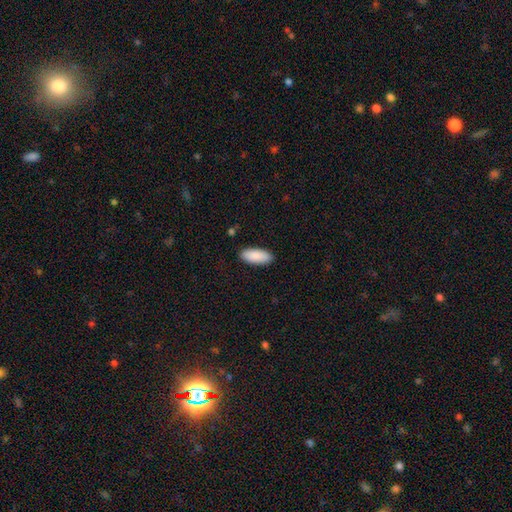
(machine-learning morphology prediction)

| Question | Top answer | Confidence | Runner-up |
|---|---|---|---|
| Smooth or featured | smooth | 89% | star or artifact (6%) |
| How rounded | in between | 86% | cigar-shaped (13%) |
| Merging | none | 89% | minor disturbance (8%) |